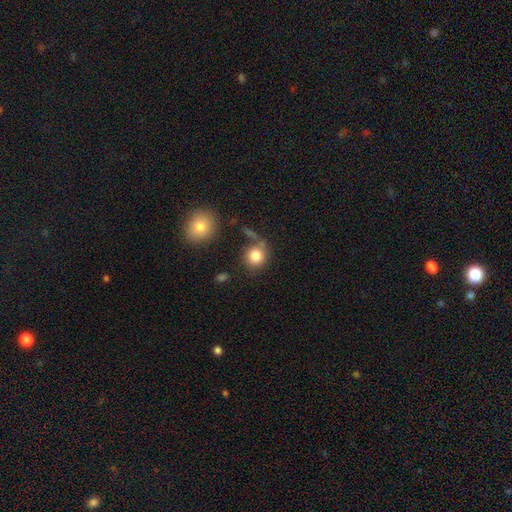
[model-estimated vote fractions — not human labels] Overall: smooth (83%). How rounded: round (86%). Merging: none (63%).